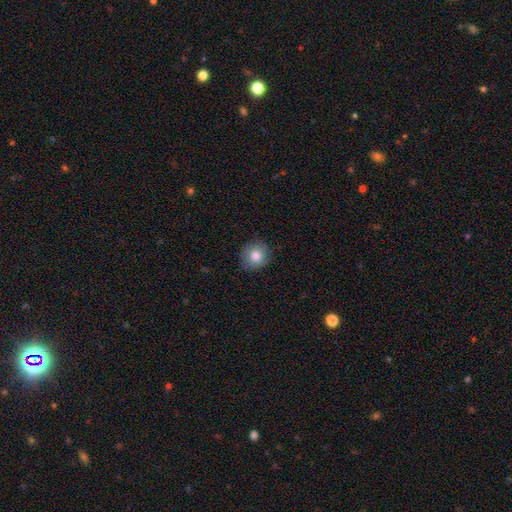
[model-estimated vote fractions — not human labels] Morphology: type=smooth (81%); roundness=round (87%); merging=none (86%).